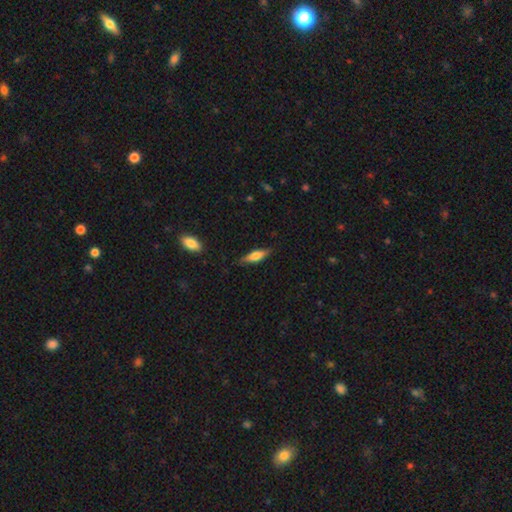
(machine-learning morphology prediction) Smooth or featured? smooth (60%)
How rounded? cigar-shaped (57%)
Merging? none (82%)